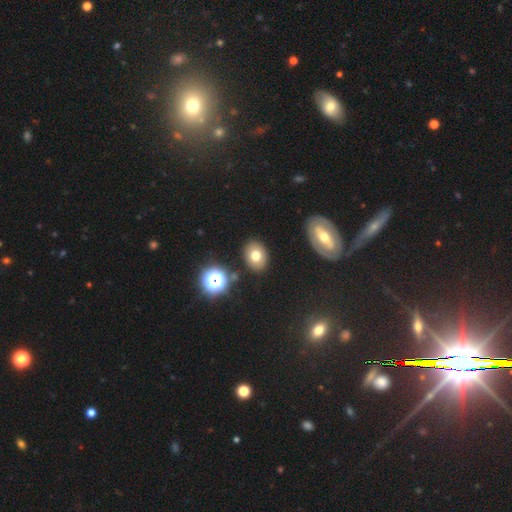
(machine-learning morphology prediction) smooth_or_featured: smooth (p=0.72) [alt: featured or disk p=0.15]
how_rounded: in between (p=0.58) [alt: round p=0.41]
merging: none (p=0.85) [alt: minor disturbance p=0.09]